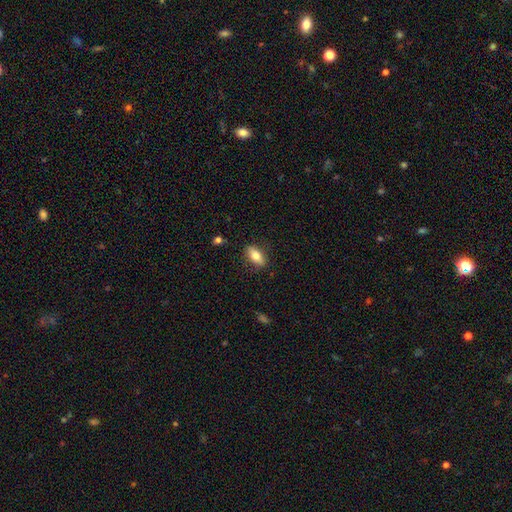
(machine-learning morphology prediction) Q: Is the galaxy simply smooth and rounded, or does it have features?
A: smooth — 75%.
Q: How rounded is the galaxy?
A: in between — 82%.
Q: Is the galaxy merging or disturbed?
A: none — 83%.